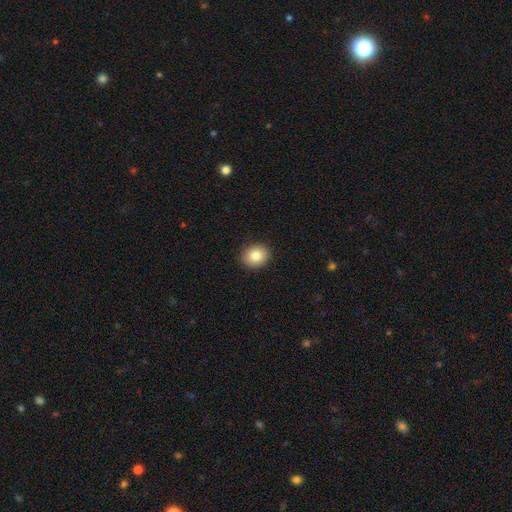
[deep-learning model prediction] The model was most divided on "how rounded": round: 63%, in between: 36%, cigar-shaped: 1%. More confident: merging — none (91%); smooth or featured — smooth (83%).